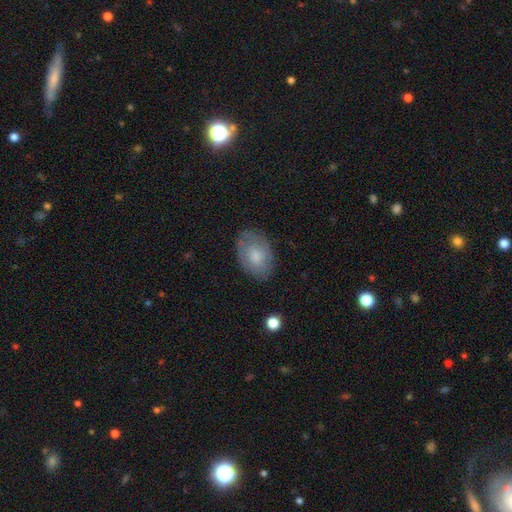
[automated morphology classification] Smooth or featured: smooth — 66% (featured or disk — 27%)
How rounded: in between — 83% (round — 16%)
Merging: none — 75% (minor disturbance — 18%)